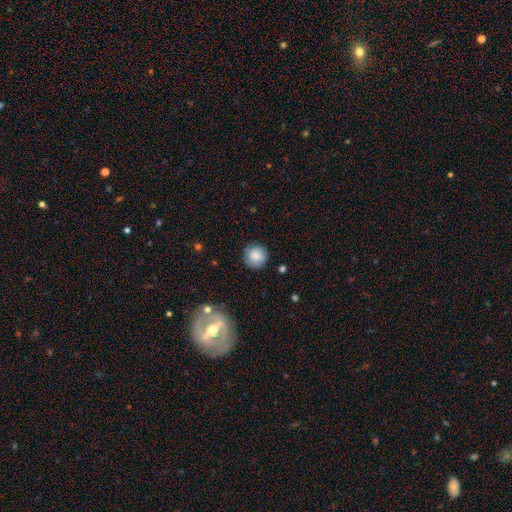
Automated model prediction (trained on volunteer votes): Smooth or featured? Predicted: smooth (p=0.81). How rounded? Predicted: round (p=0.93). Merging? Predicted: none (p=0.82).